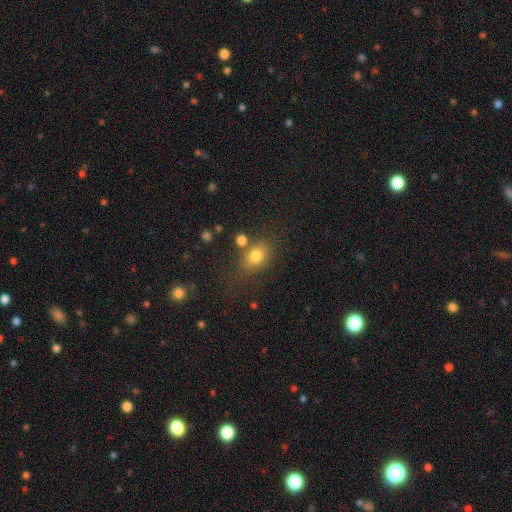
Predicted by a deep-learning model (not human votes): A smooth galaxy with no disk features (78%) that is in between round and cigar-shaped (58%). Merging: none (68%).